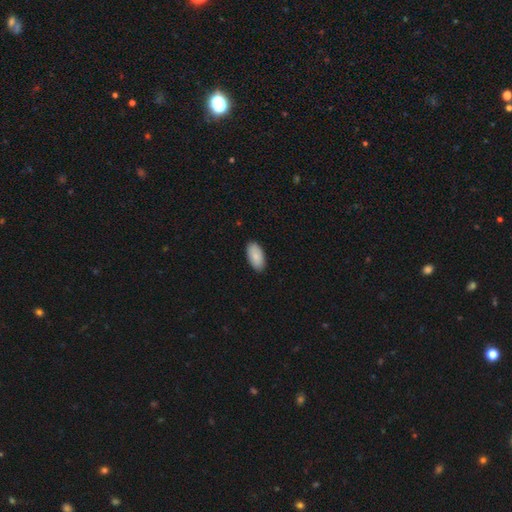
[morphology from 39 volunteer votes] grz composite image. It shows a smooth galaxy with no disk features (87%) that is in between round and cigar-shaped (91%). Merging: none (79%).